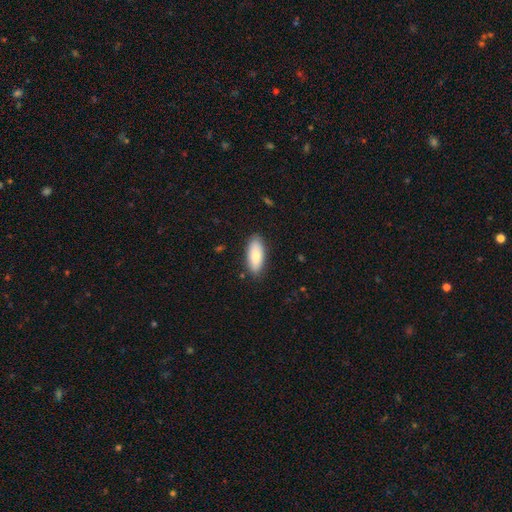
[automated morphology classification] Smooth or featured? smooth (81%)
How rounded? in between (81%)
Merging? none (86%)